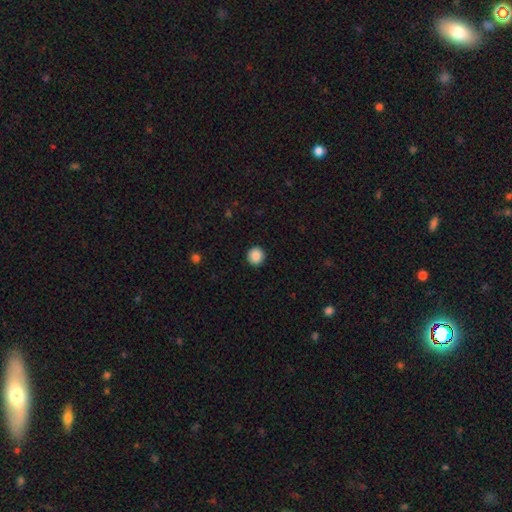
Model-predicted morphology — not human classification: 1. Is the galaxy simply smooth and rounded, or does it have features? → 88% smooth, 8% star or artifact, 4% featured or disk.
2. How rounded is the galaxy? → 94% round, 5% in between, 1% cigar-shaped.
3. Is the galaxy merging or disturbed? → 92% none, 5% minor disturbance, 2% major disturbance, 1% merger.